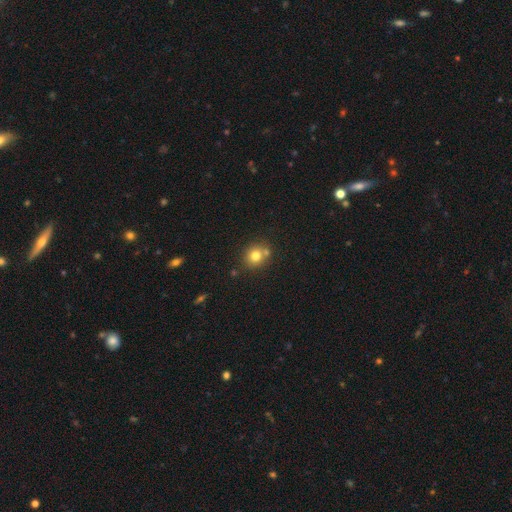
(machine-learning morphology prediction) Overall: smooth (77%). How rounded: round (82%). Merging: none (66%).